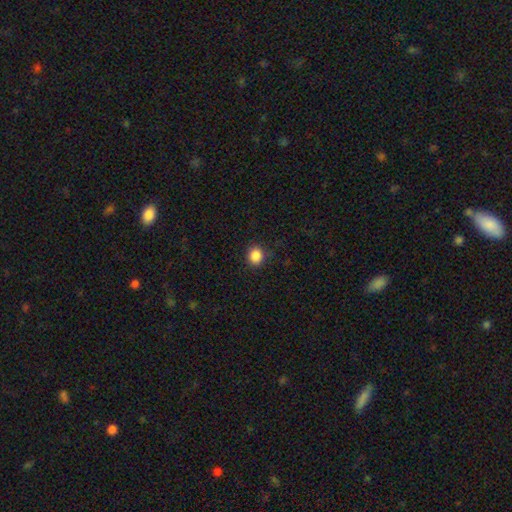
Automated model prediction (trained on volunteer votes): smooth_or_featured: smooth (p=0.87) [alt: star or artifact p=0.10]
how_rounded: round (p=0.76) [alt: in between p=0.23]
merging: none (p=0.86) [alt: minor disturbance p=0.10]